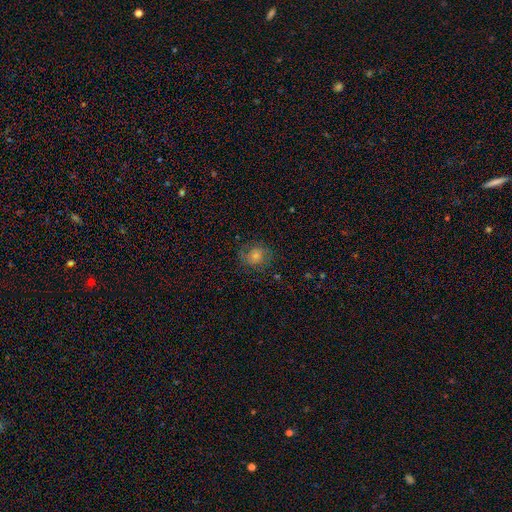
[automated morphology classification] smooth-or-featured: featured or disk: 44% | smooth: 37% | star or artifact: 18%
  merging: none: 76% | minor disturbance: 16% | major disturbance: 7% | merger: 1%